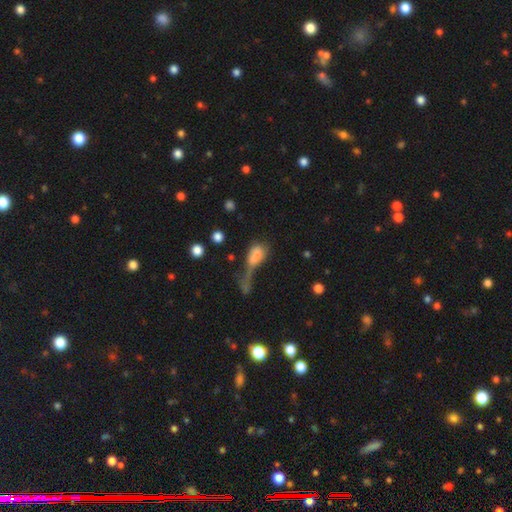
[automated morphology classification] A smooth galaxy with no disk features (72%) that is in between round and cigar-shaped (82%).

Vote fractions:
- Smooth or featured? smooth: 72% / featured or disk: 17% / star or artifact: 11%
- How rounded? in between: 82% / round: 12% / cigar-shaped: 6%
- Merging? major disturbance: 43% / merger: 27% / none: 15% / minor disturbance: 15%